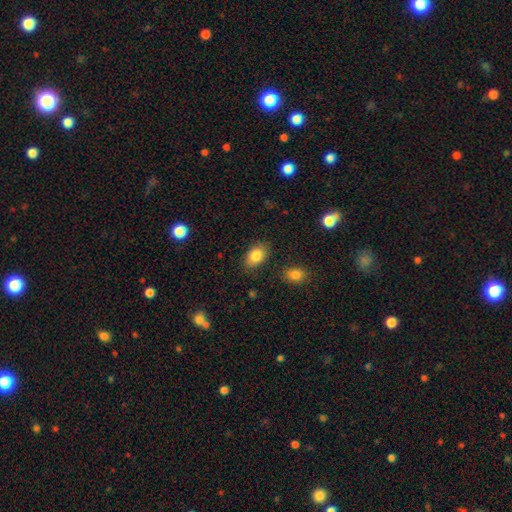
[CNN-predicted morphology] smooth-or-featured: smooth: 84% | star or artifact: 8% | featured or disk: 8%
  how-rounded: in between: 83% | round: 15% | cigar-shaped: 1%
  merging: none: 82% | minor disturbance: 12% | major disturbance: 3% | merger: 2%